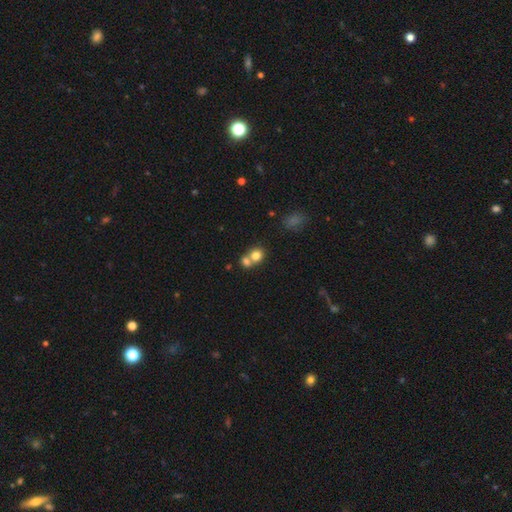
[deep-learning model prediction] Overall: smooth (78%). How rounded: round (76%). Merging: merger (54%; none 36%).